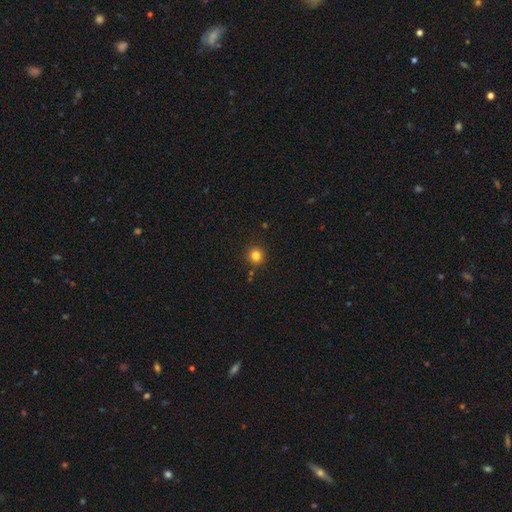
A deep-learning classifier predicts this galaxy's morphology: This appears to be a smooth galaxy with no disk features (83%) that is round (94%). Merging: none (89%).